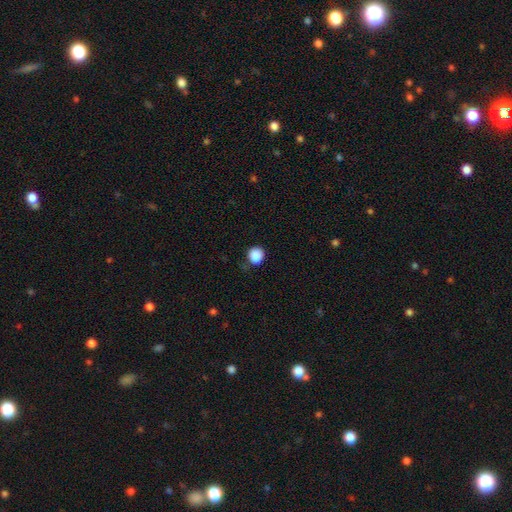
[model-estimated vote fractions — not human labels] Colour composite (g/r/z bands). It shows a smooth galaxy with no disk features (88%) that is round (89%). Merging: none (82%).